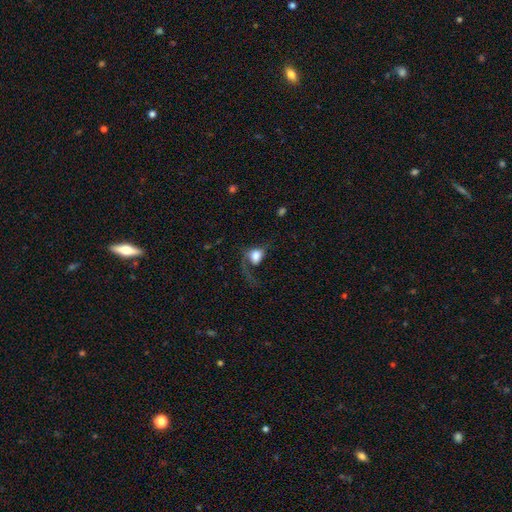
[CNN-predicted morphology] This is likely a smooth galaxy (61%). How rounded: possibly in between (54%). Merging: possibly major disturbance (54%).